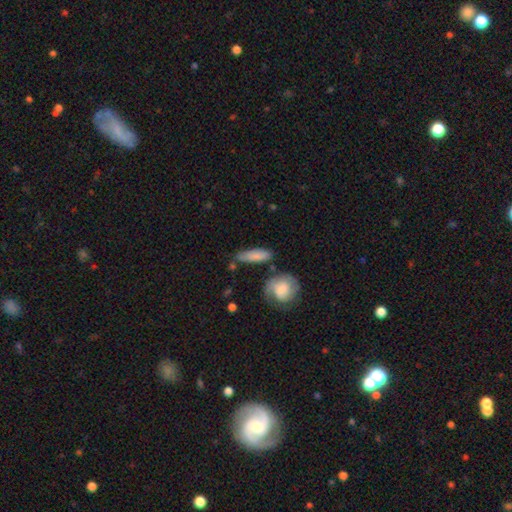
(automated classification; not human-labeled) A smooth galaxy with no disk features (78%) that is cigar-shaped (54%). Merging: none (69%).